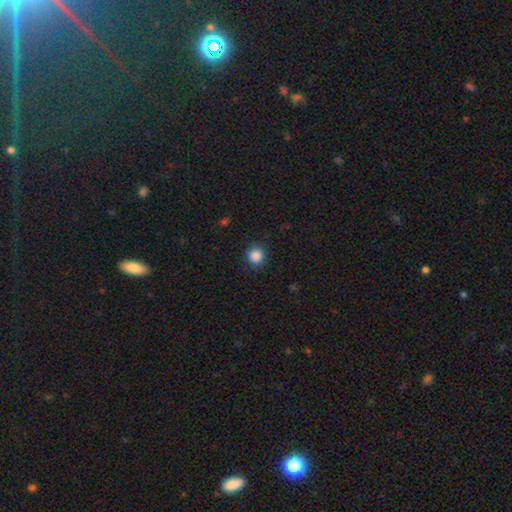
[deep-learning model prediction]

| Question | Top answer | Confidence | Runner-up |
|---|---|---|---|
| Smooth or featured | smooth | 87% | star or artifact (10%) |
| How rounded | round | 91% | in between (8%) |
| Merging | none | 89% | minor disturbance (7%) |